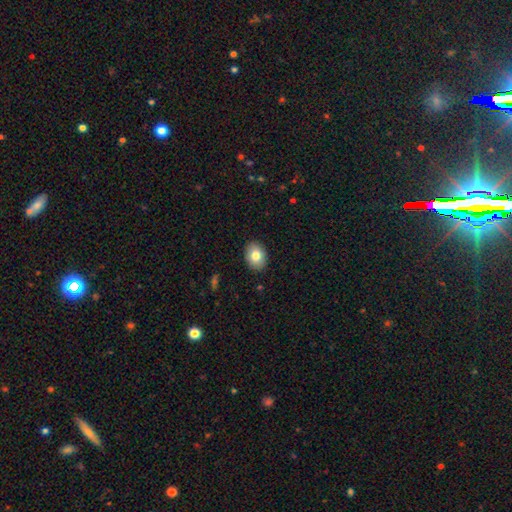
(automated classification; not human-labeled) Morphology: type=smooth (80%); roundness=in between (73%); merging=none (89%).